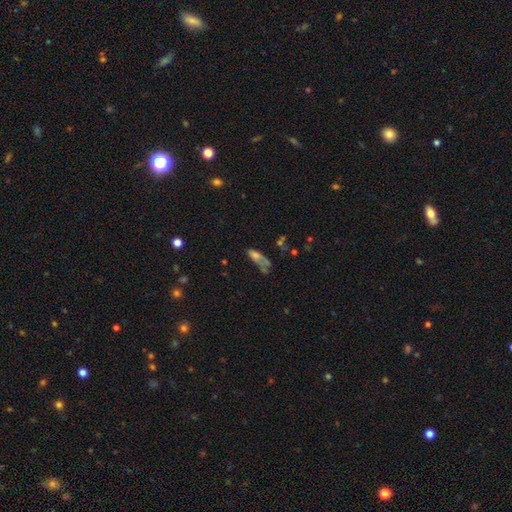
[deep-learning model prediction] A smooth galaxy with no disk features (49%).

Vote fractions:
- Smooth or featured? smooth: 49% / featured or disk: 32% / star or artifact: 20%
- Merging? major disturbance: 36% / none: 27% / minor disturbance: 19% / merger: 17%